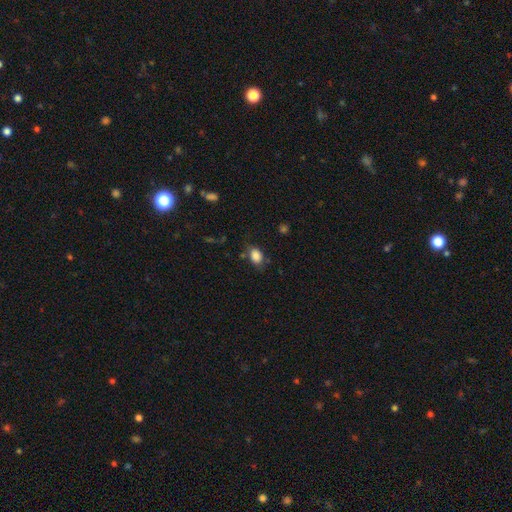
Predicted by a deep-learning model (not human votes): smooth-or-featured: smooth: 85% | star or artifact: 9% | featured or disk: 6%
  how-rounded: in between: 78% | round: 21% | cigar-shaped: 1%
  merging: none: 69% | minor disturbance: 21% | major disturbance: 7% | merger: 4%